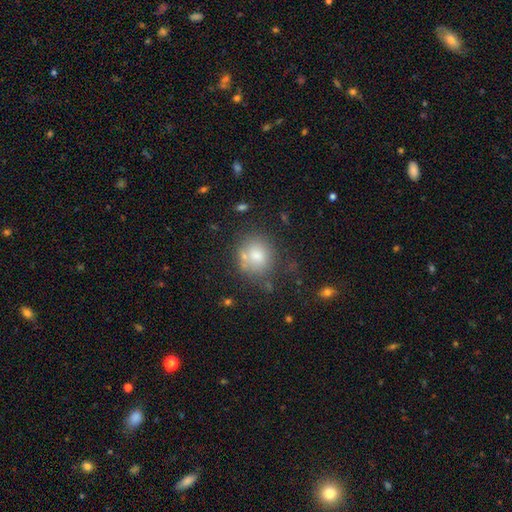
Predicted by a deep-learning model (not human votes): This appears to be a smooth galaxy with no disk features (77%) that is round (79%). Merging: none (62%).